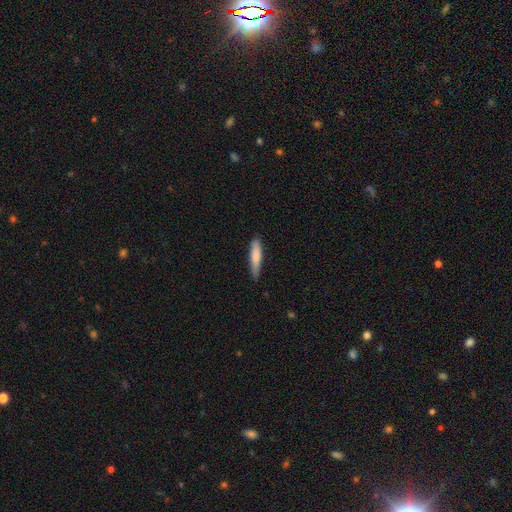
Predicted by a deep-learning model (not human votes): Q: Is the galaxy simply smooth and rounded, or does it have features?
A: smooth — 77%.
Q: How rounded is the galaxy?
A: cigar-shaped — 85%.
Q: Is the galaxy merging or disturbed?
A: none — 76%.